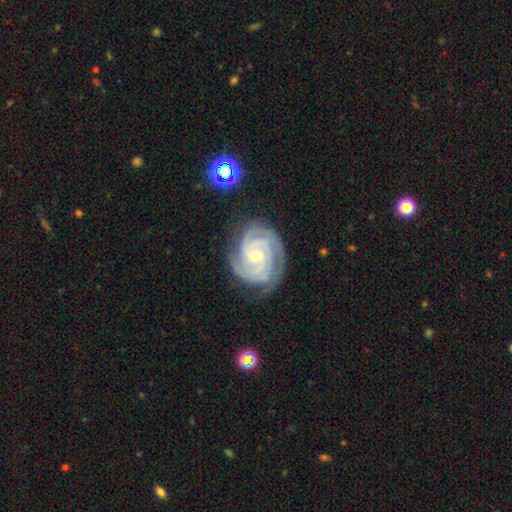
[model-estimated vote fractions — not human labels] This appears to be a featured or disk galaxy (90%) with no bar (58%), 3 (45%) tight (73%) spiral arms (98%) and a small central bulge (62%). Merging: none (74%).